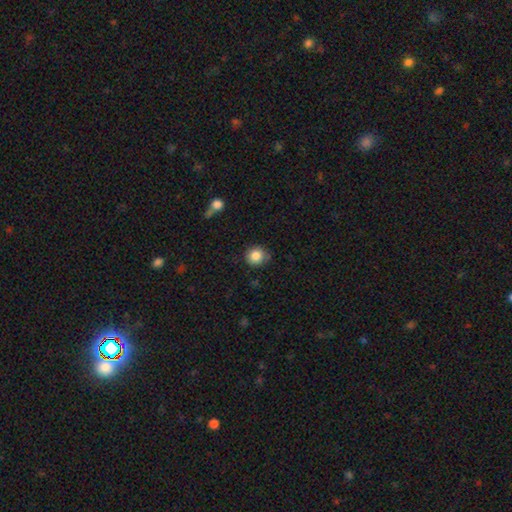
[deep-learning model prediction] smooth_or_featured: smooth (p=0.85) [alt: star or artifact p=0.10]
how_rounded: round (p=0.88) [alt: in between p=0.11]
merging: none (p=0.80) [alt: minor disturbance p=0.15]